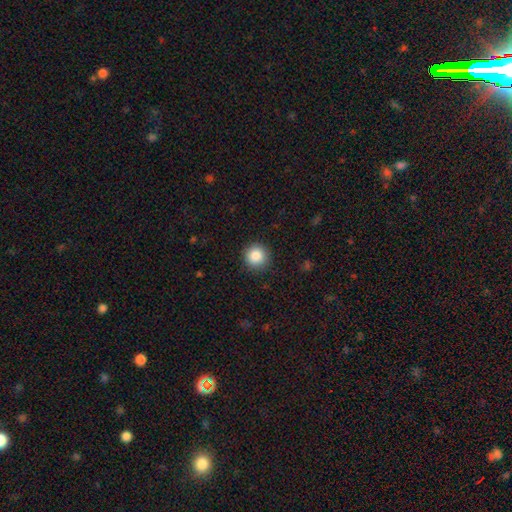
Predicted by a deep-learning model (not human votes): Smooth or featured? smooth (87%)
How rounded? round (95%)
Merging? none (90%)